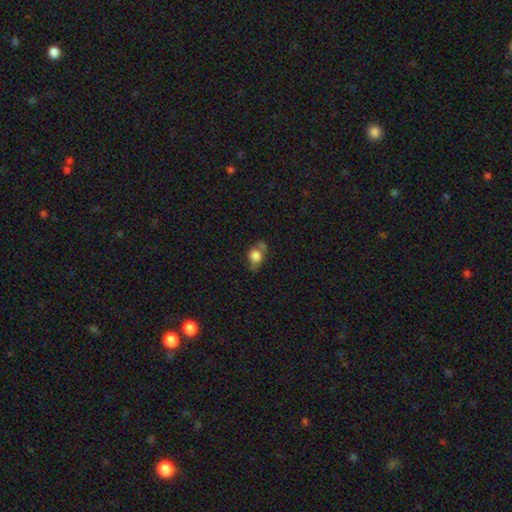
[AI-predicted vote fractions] smooth 73%, featured or disk 16%, star or artifact 11%. Down the decision tree: how rounded — in between (55%); merging — none (43%).